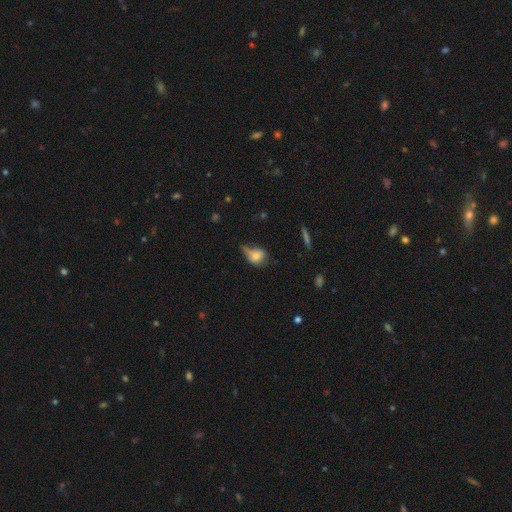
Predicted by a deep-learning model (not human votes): Smooth or featured: smooth — 67% (featured or disk — 23%)
How rounded: in between — 52% (round — 45%)
Merging: minor disturbance — 36% (none — 33%)